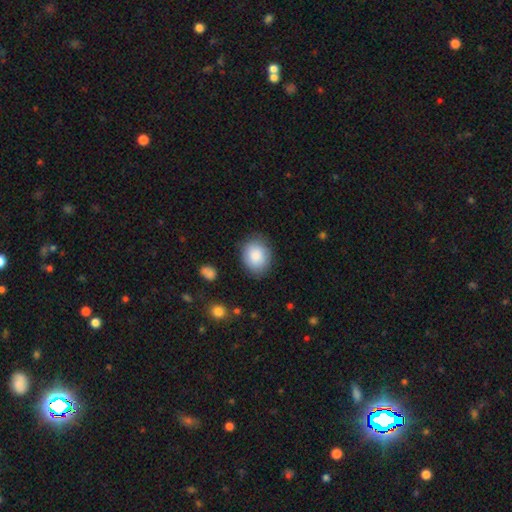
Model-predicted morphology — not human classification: Q: Smooth or featured?
A: smooth (87%); runner-up: star or artifact (7%)
Q: How rounded?
A: round (58%); runner-up: in between (41%)
Q: Merging?
A: none (82%); runner-up: minor disturbance (13%)